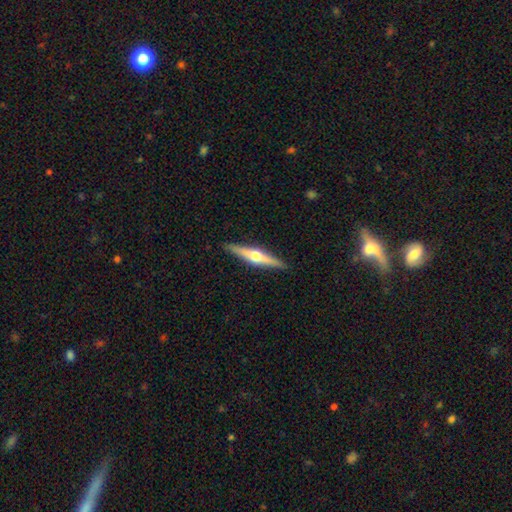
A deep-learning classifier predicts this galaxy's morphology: This appears to be a featured or disk galaxy (71%) viewed edge-on (97%) with a rounded central bulge (95%). Merging: none (91%).